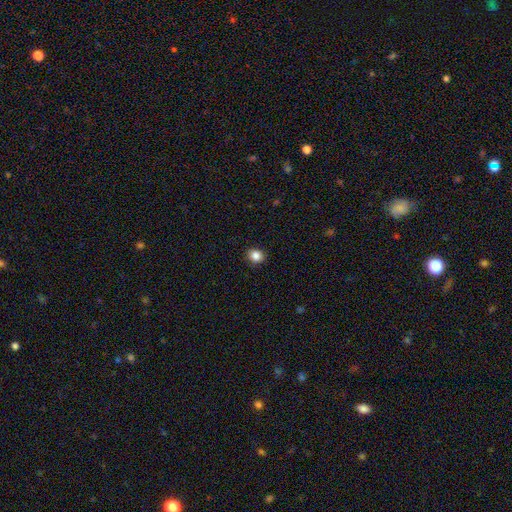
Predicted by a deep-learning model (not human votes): The model was most divided on "how rounded": round: 83%, in between: 16%, cigar-shaped: 1%. More confident: merging — none (91%); smooth or featured — smooth (85%).